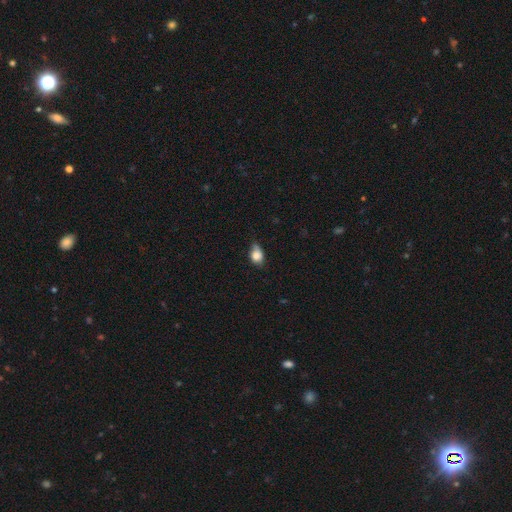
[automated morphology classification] type=smooth (77%); roundness=in between (67%); merging=minor disturbance (44%).